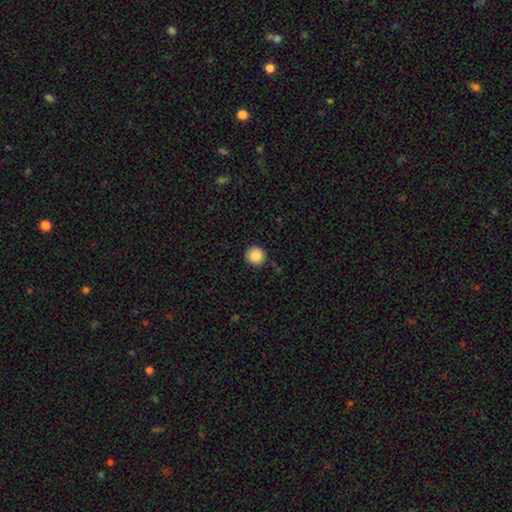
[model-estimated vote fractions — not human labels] smooth_or_featured: smooth (p=0.88) [alt: star or artifact p=0.09]
how_rounded: round (p=0.95) [alt: in between p=0.04]
merging: none (p=0.90) [alt: minor disturbance p=0.06]